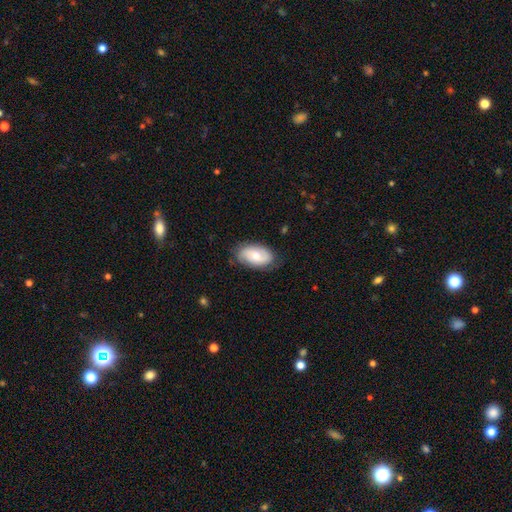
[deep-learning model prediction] Smooth or featured?
  - featured or disk: 47% *
  - smooth: 46%
  - star or artifact: 6%
Merging?
  - none: 75% *
  - minor disturbance: 19%
  - major disturbance: 5%
  - merger: 1%